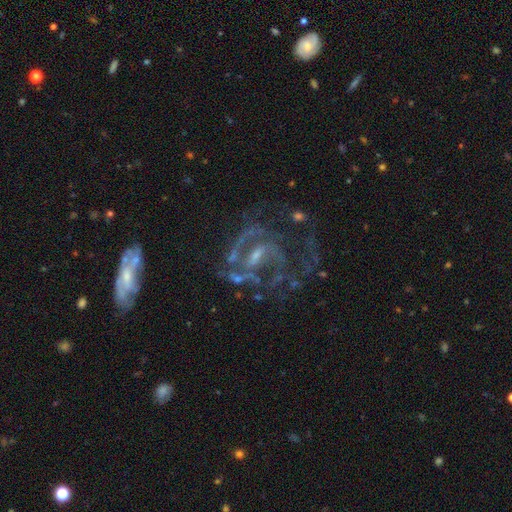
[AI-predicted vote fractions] This appears to be a featured or disk galaxy (82%) with a weak bar (44%), 2 (50%) medium (47%) spiral arms (84%) and a small central bulge (54%). Merging: none (47%).